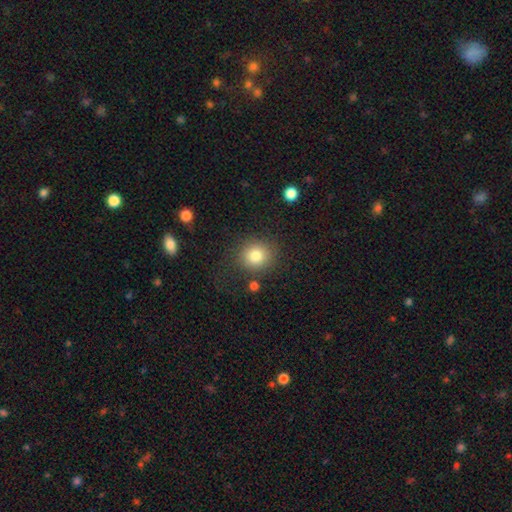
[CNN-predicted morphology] The model was most divided on "how rounded": round: 84%, in between: 15%, cigar-shaped: 1%. More confident: smooth or featured — smooth (83%); merging — none (81%).